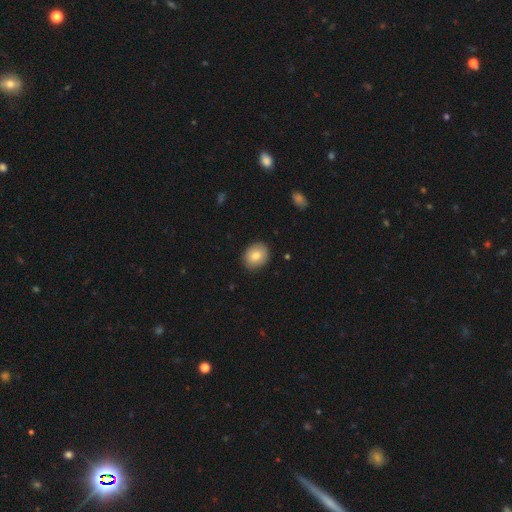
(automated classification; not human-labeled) A smooth galaxy with no disk features (80%) that is round (61%).

Vote fractions:
- Smooth or featured? smooth: 80% / featured or disk: 12% / star or artifact: 8%
- How rounded? round: 61% / in between: 38% / cigar-shaped: 1%
- Merging? none: 89% / minor disturbance: 8% / major disturbance: 2% / merger: 1%